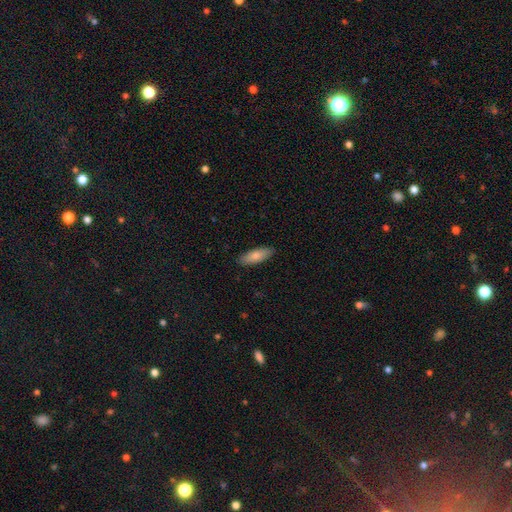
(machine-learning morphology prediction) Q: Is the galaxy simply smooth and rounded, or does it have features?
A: smooth — 83%.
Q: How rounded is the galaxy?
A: in between — 65%.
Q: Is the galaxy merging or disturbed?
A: none — 89%.